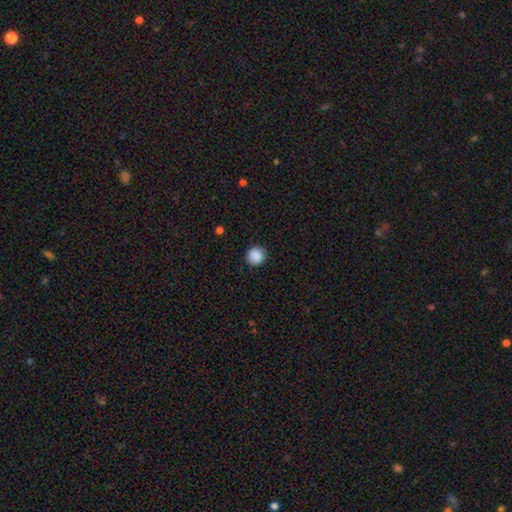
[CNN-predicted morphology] This appears to be a smooth galaxy with no disk features (89%) that is round (93%). Merging: none (90%).